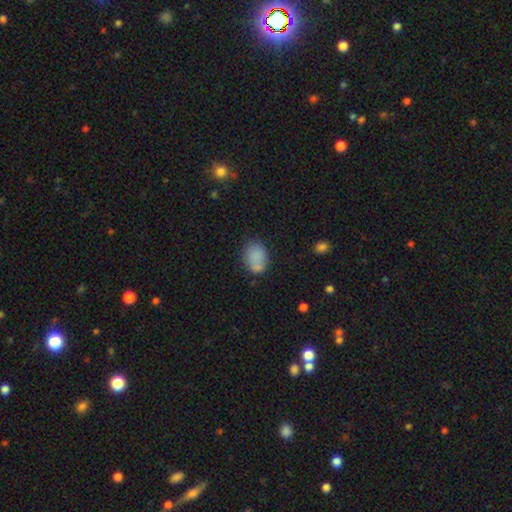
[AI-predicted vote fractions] A smooth galaxy with no disk features (81%) that is in between round and cigar-shaped (67%). Merging: none (60%).